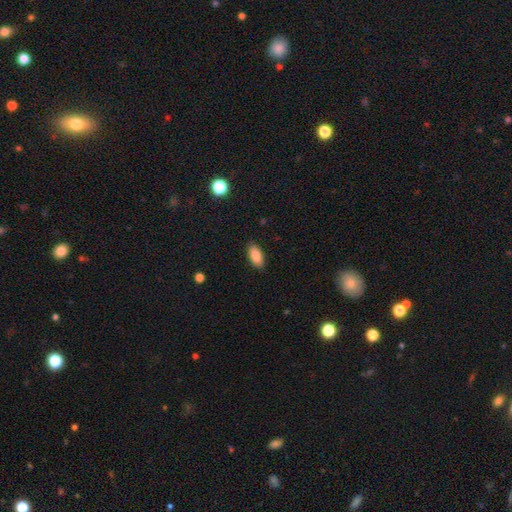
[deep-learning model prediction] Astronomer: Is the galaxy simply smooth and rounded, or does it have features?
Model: smooth — 87%.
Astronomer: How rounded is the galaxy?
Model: in between — 90%.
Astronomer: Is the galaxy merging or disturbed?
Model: none — 87%.